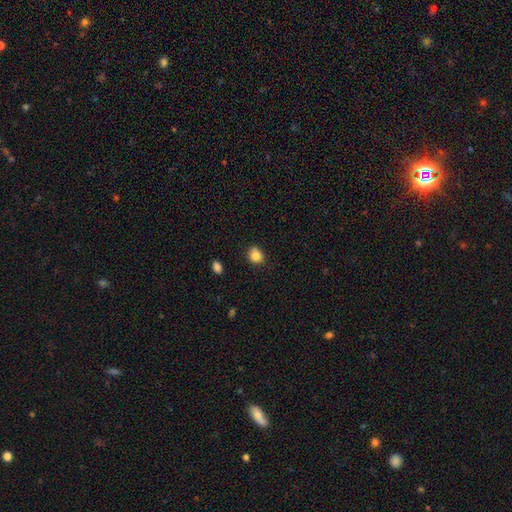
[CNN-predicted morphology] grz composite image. It shows a smooth galaxy with no disk features (85%) that is round (70%). Merging: none (77%).